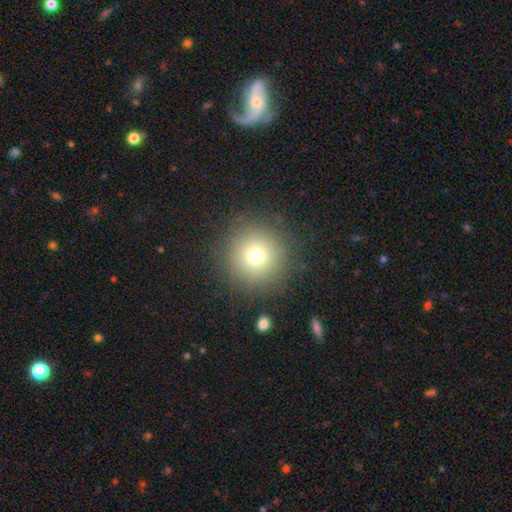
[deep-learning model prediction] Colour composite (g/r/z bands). It shows a smooth galaxy with no disk features (74%) that is round (95%). Merging: none (88%).